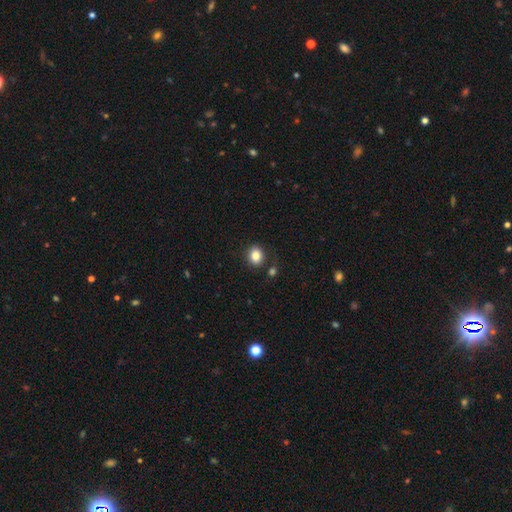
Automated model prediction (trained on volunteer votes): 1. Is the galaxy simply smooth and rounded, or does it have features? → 83% smooth, 10% star or artifact, 7% featured or disk.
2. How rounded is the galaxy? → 58% round, 41% in between, 1% cigar-shaped.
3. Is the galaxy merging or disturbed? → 82% none, 10% minor disturbance, 5% merger, 3% major disturbance.